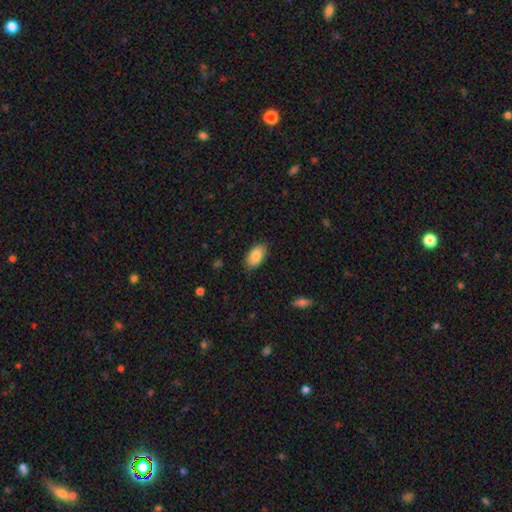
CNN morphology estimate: type=smooth (86%); roundness=in between (94%); merging=none (85%).